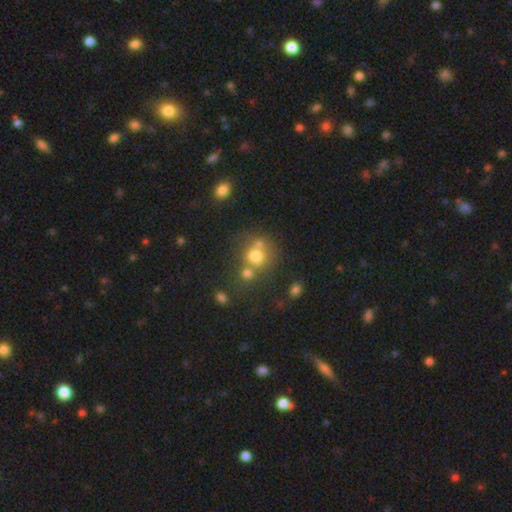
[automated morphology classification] Smooth or featured: smooth — 68% (star or artifact — 16%)
How rounded: round — 82% (in between — 17%)
Merging: none — 48% (merger — 36%)